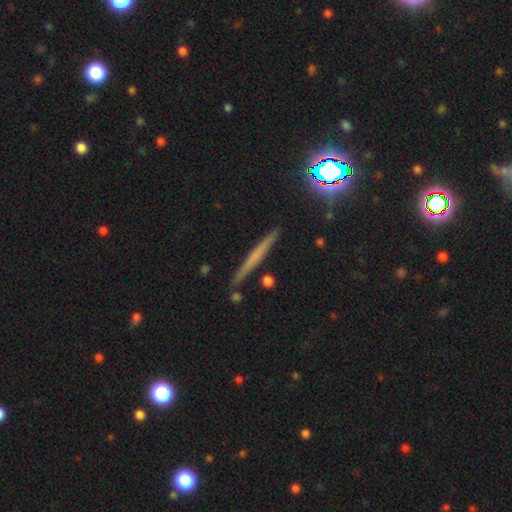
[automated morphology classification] smooth-or-featured: featured or disk: 44% | smooth: 43% | star or artifact: 13%
  merging: none: 88% | minor disturbance: 8% | merger: 2% | major disturbance: 2%